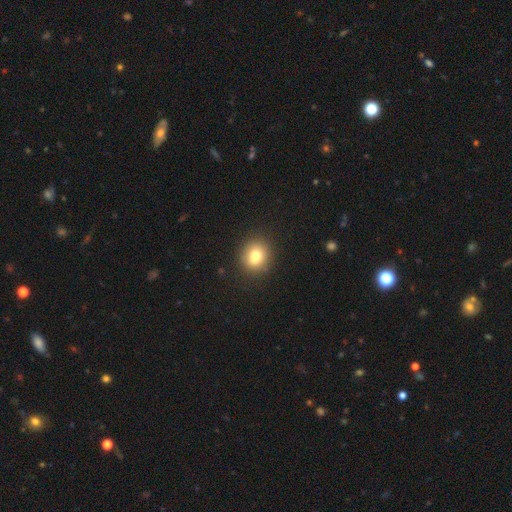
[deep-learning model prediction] Smooth or featured: smooth — 78% (star or artifact — 11%)
How rounded: round — 75% (in between — 24%)
Merging: none — 86% (minor disturbance — 10%)